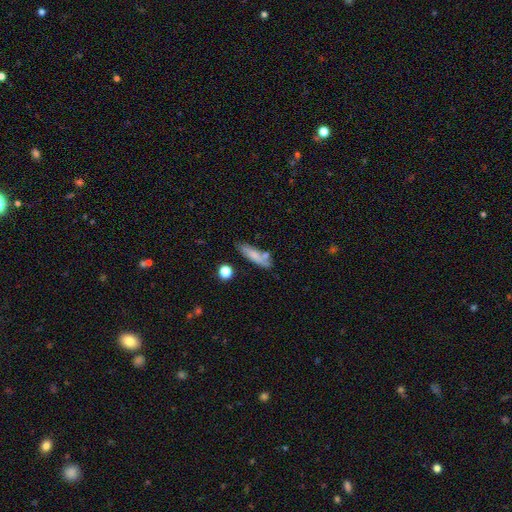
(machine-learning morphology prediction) smooth 72%, featured or disk 20%, star or artifact 8%. Down the decision tree: how rounded — cigar-shaped (62%); merging — none (66%).